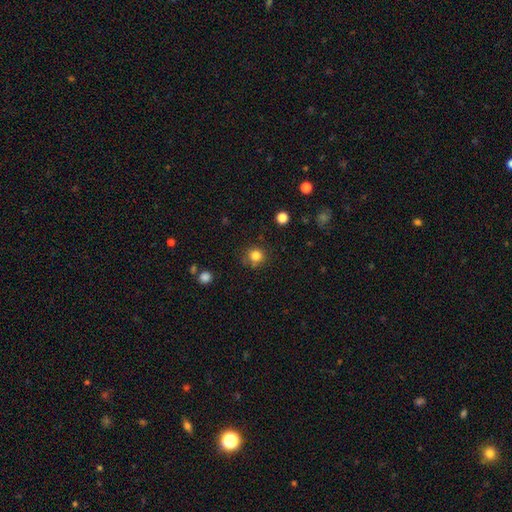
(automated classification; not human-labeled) smooth_or_featured: smooth (p=0.82) [alt: star or artifact p=0.12]
how_rounded: round (p=0.91) [alt: in between p=0.08]
merging: none (p=0.78) [alt: minor disturbance p=0.13]